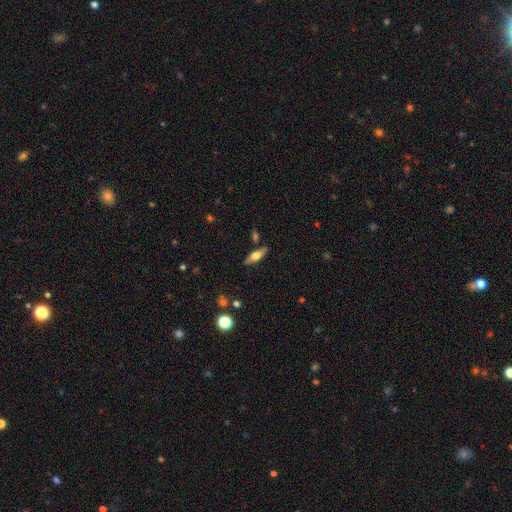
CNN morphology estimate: Smooth or featured?
  - smooth: 54% *
  - featured or disk: 39%
  - star or artifact: 7%
How rounded?
  - in between: 56% *
  - cigar-shaped: 41%
  - round: 3%
Merging?
  - none: 82% *
  - minor disturbance: 12%
  - merger: 3%
  - major disturbance: 3%